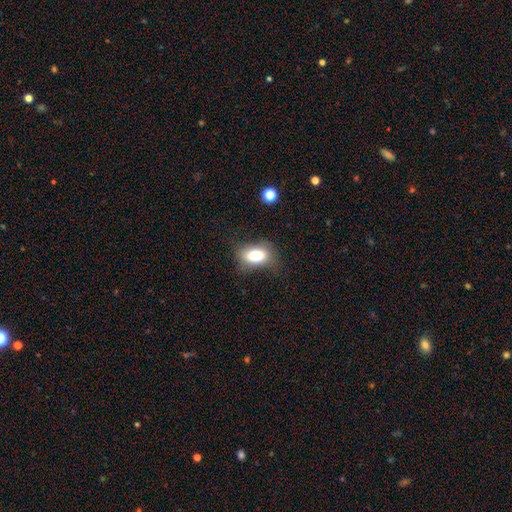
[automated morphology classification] A smooth galaxy with no disk features (78%) that is in between round and cigar-shaped (86%).

Vote fractions:
- Smooth or featured? smooth: 78% / featured or disk: 13% / star or artifact: 9%
- How rounded? in between: 86% / round: 12% / cigar-shaped: 3%
- Merging? none: 69% / minor disturbance: 21% / major disturbance: 9% / merger: 2%